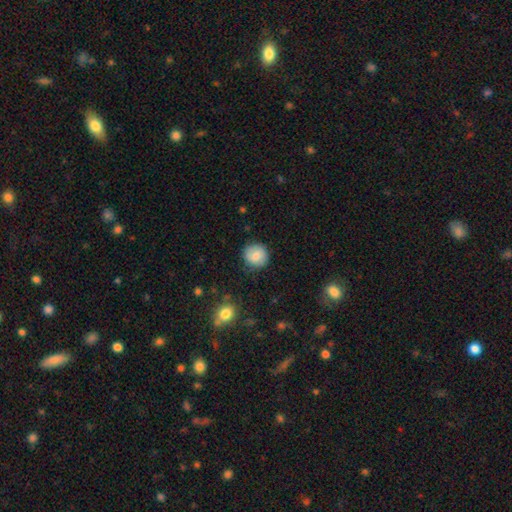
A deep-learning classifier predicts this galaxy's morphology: Q: Smooth or featured?
A: smooth (76%); runner-up: featured or disk (16%)
Q: How rounded?
A: round (90%); runner-up: in between (9%)
Q: Merging?
A: none (84%); runner-up: minor disturbance (12%)